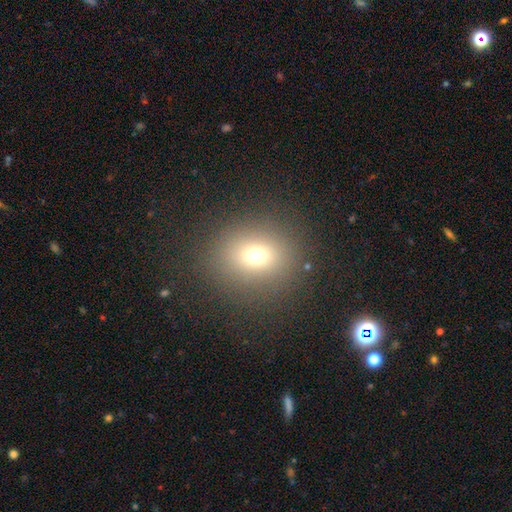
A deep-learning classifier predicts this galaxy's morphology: smooth-or-featured: smooth: 70% | star or artifact: 19% | featured or disk: 11%
  how-rounded: round: 73% | in between: 26% | cigar-shaped: 1%
  merging: none: 86% | minor disturbance: 8% | major disturbance: 5% | merger: 1%